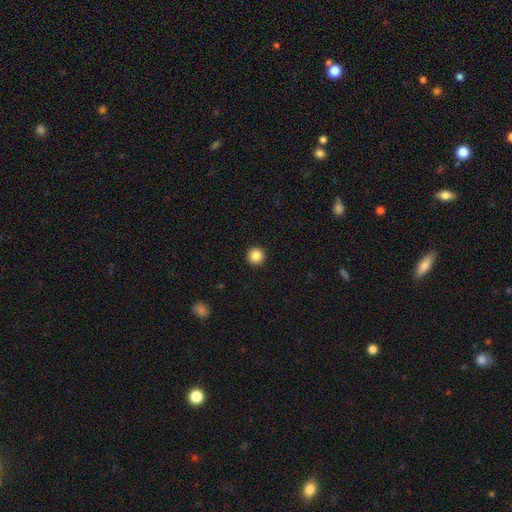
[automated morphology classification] Smooth or featured? smooth (86%)
How rounded? round (96%)
Merging? none (94%)